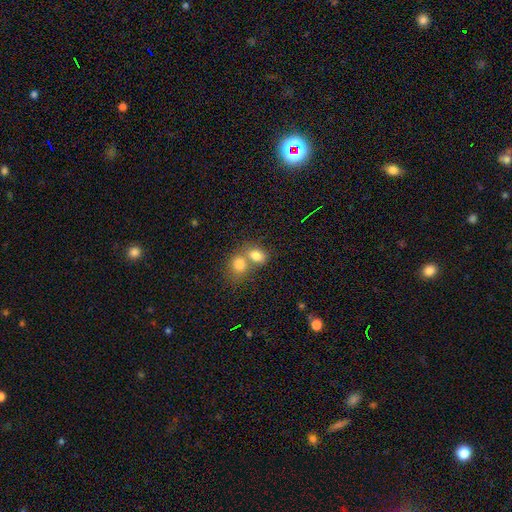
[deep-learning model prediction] Smooth or featured: smooth — 79% (featured or disk — 11%)
How rounded: in between — 62% (round — 37%)
Merging: merger — 59% (none — 31%)